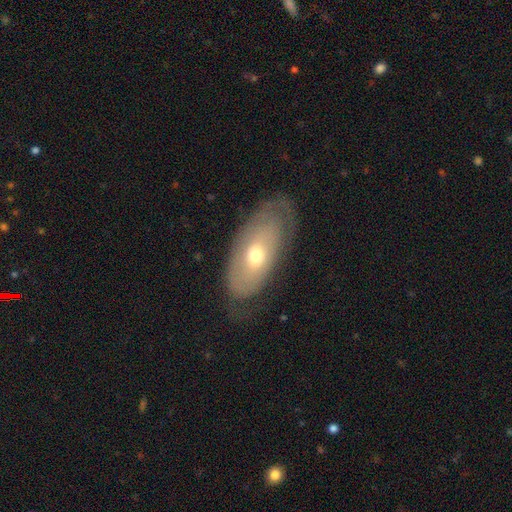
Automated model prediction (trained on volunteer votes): This appears to be a featured or disk galaxy (50%). Merging: none (66%).